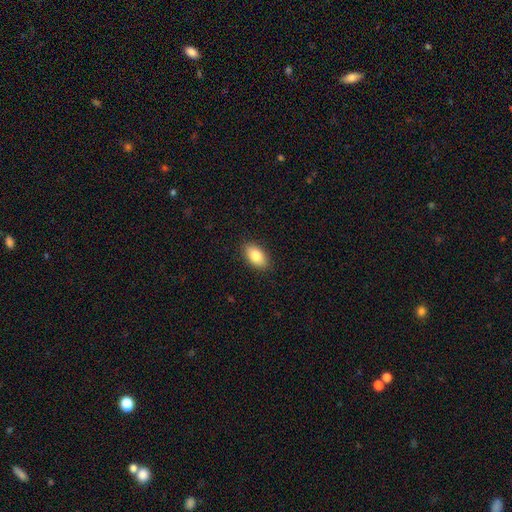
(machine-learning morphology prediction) This is clearly a smooth galaxy (83%). How rounded: clearly in between (93%). Merging: clearly none (89%).